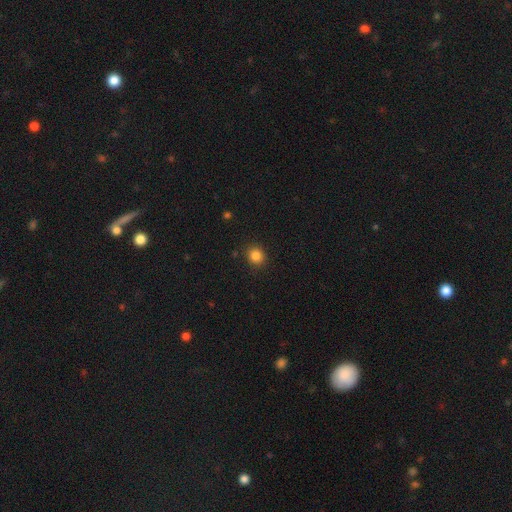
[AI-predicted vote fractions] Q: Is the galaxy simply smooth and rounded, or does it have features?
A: smooth — 84%.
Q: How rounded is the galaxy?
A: round — 81%.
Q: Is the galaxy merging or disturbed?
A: none — 89%.